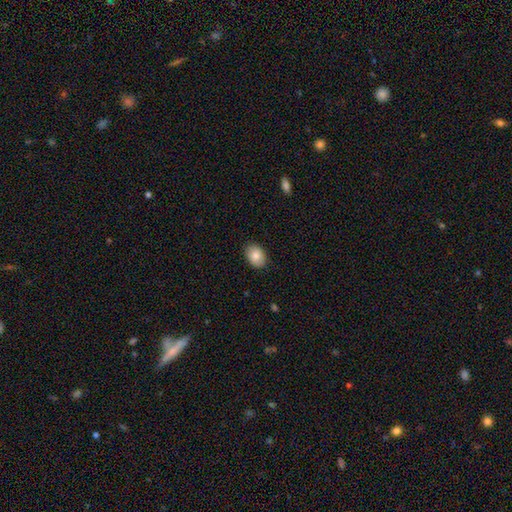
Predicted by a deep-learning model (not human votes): This is clearly a smooth galaxy (83%). How rounded: likely in between (76%). Merging: clearly none (87%).